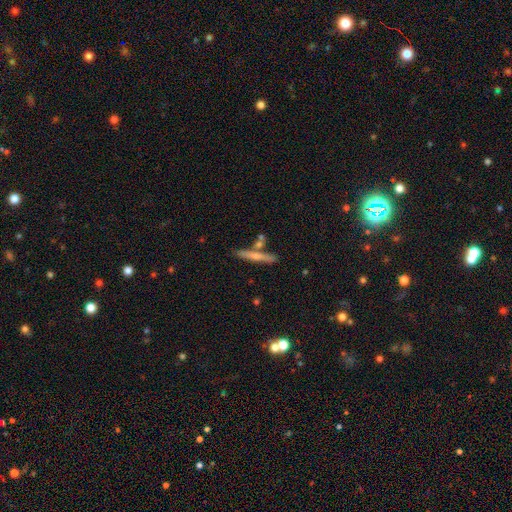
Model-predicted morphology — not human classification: Smooth or featured? smooth (52%)
How rounded? cigar-shaped (93%)
Merging? none (75%)